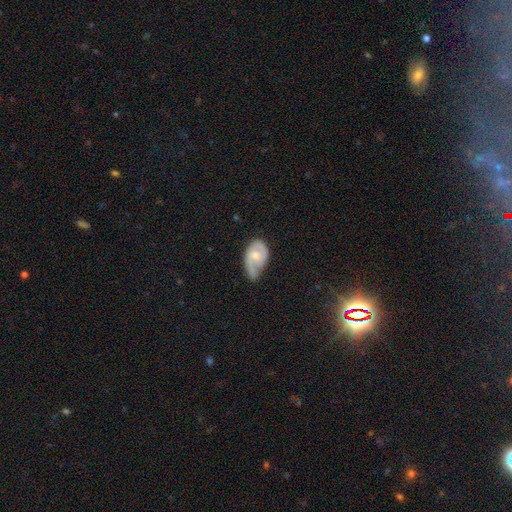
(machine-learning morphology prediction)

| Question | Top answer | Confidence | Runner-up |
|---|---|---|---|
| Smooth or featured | featured or disk | 57% | smooth (37%) |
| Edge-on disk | no | 96% | yes (4%) |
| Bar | no | 69% | weak (27%) |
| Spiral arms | yes | 79% | no (21%) |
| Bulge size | moderate | 51% | small (42%) |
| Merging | minor disturbance | 44% | none (30%) |